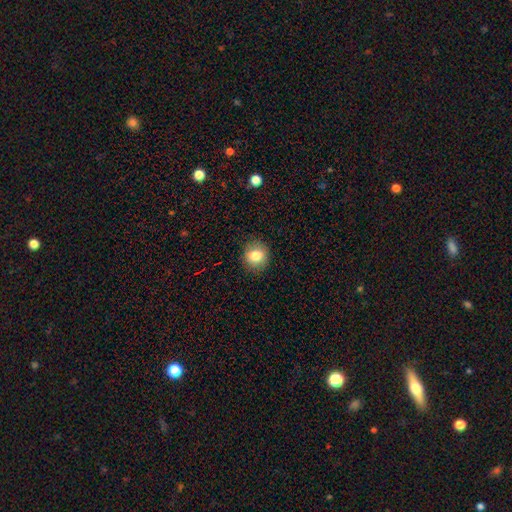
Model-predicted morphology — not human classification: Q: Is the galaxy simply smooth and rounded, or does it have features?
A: smooth — 81%.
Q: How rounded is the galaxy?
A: round — 81%.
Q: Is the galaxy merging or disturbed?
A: none — 87%.